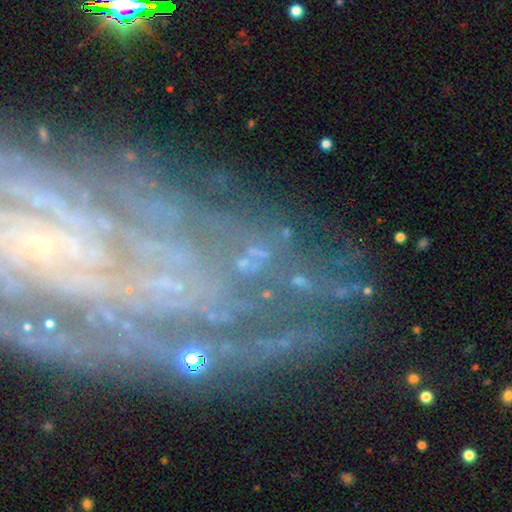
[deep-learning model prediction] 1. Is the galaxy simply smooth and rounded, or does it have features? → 58% featured or disk, 28% star or artifact, 13% smooth.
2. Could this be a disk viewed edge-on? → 94% no, 6% yes.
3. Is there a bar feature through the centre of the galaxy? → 53% no, 27% weak, 21% strong.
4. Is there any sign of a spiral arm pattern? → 84% yes, 16% no.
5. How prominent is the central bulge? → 57% small, 20% moderate, 16% none, 5% large, 3% dominant.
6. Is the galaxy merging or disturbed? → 61% none, 18% minor disturbance, 14% major disturbance, 7% merger.